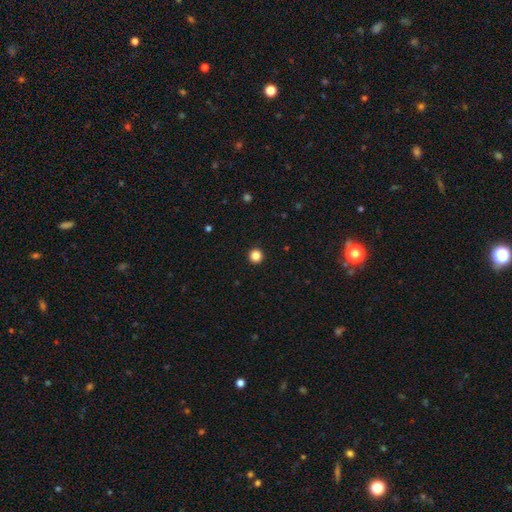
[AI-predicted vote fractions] Morphology: type=smooth (86%); roundness=round (96%); merging=none (94%).